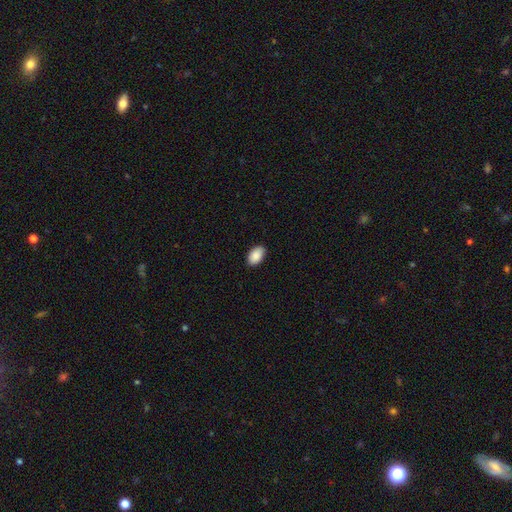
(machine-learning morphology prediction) smooth_or_featured: smooth (p=0.90) [alt: star or artifact p=0.07]
how_rounded: in between (p=0.93) [alt: round p=0.06]
merging: none (p=0.87) [alt: minor disturbance p=0.10]